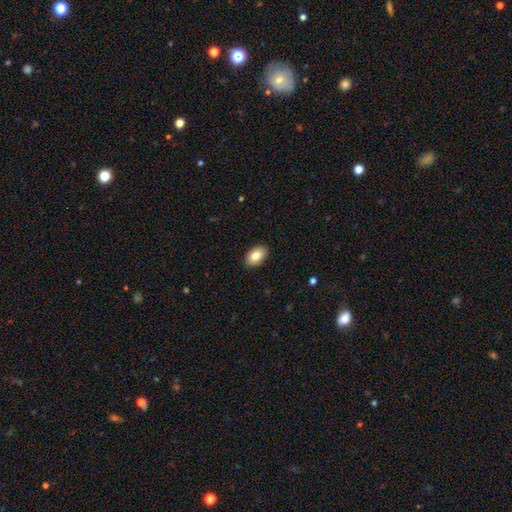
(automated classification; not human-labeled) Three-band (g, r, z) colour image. It shows a smooth galaxy with no disk features (83%) that is in between round and cigar-shaped (92%). Merging: none (89%).